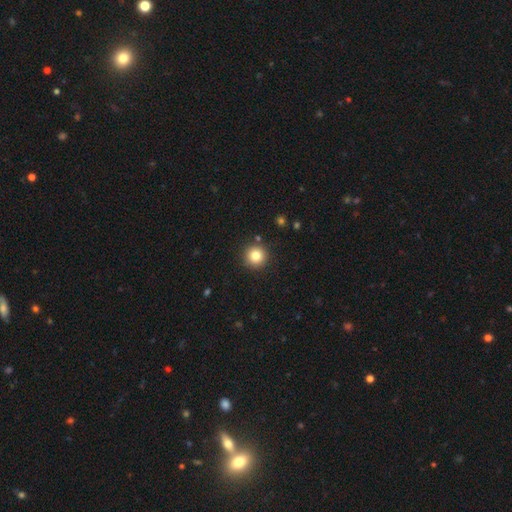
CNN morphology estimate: Smooth or featured?
  - smooth: 83% *
  - star or artifact: 11%
  - featured or disk: 7%
How rounded?
  - round: 95% *
  - in between: 4%
  - cigar-shaped: 1%
Merging?
  - none: 90% *
  - minor disturbance: 6%
  - merger: 2%
  - major disturbance: 2%